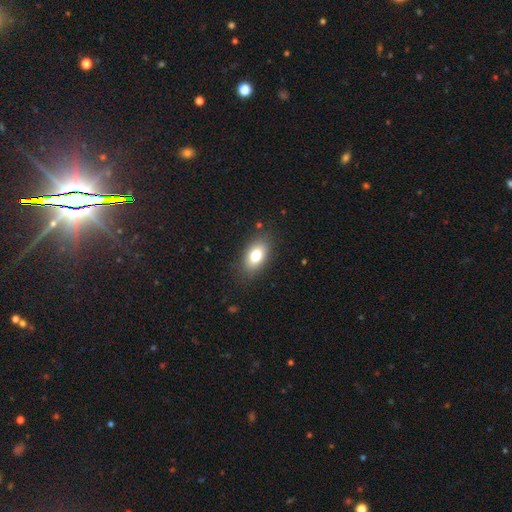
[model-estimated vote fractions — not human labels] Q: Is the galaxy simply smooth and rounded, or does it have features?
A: smooth — 77%.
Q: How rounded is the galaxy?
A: in between — 89%.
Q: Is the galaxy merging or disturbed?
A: none — 84%.